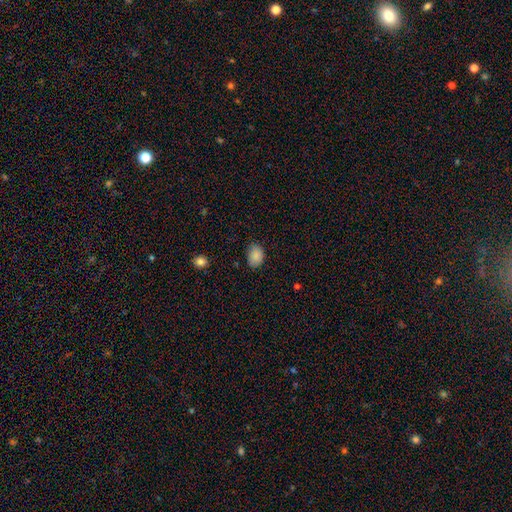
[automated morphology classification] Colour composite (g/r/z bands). It shows a smooth galaxy with no disk features (87%) that is in between round and cigar-shaped (72%). Merging: none (74%).